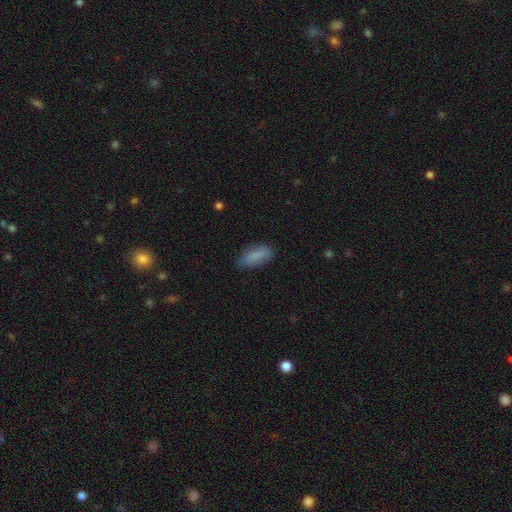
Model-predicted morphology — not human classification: Q: Smooth or featured?
A: smooth (83%); runner-up: featured or disk (10%)
Q: How rounded?
A: in between (81%); runner-up: cigar-shaped (17%)
Q: Merging?
A: none (79%); runner-up: minor disturbance (17%)